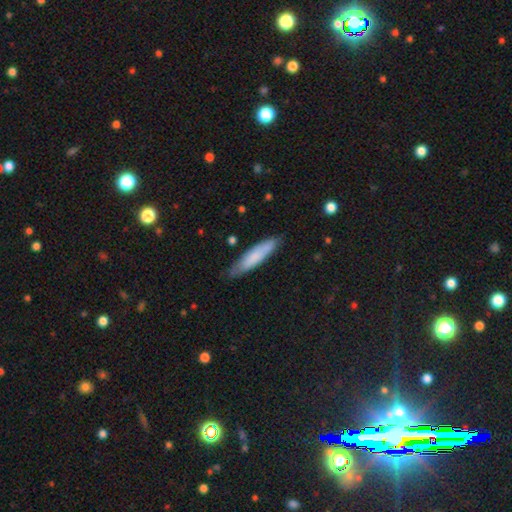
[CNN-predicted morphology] Smooth or featured: smooth — 76% (featured or disk — 18%)
How rounded: cigar-shaped — 83% (in between — 16%)
Merging: none — 82% (minor disturbance — 15%)